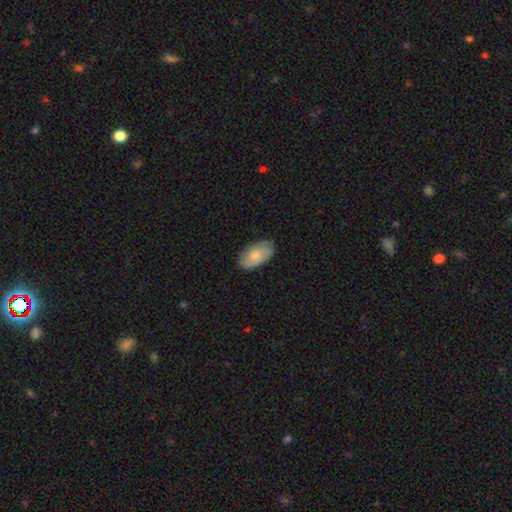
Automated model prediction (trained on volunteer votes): Morphology: type=smooth (74%); roundness=in between (95%); merging=none (77%).